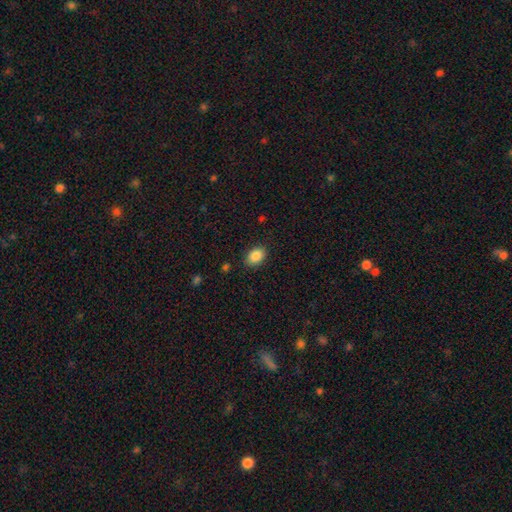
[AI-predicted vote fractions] smooth_or_featured: smooth (p=0.87) [alt: star or artifact p=0.08]
how_rounded: in between (p=0.82) [alt: round p=0.17]
merging: none (p=0.87) [alt: minor disturbance p=0.09]